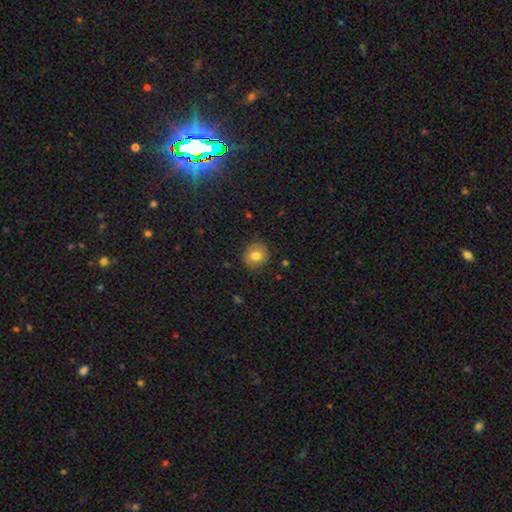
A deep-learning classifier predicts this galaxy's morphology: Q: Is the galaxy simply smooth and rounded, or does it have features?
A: smooth — 78%.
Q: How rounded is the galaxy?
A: round — 86%.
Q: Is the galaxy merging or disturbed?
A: none — 83%.